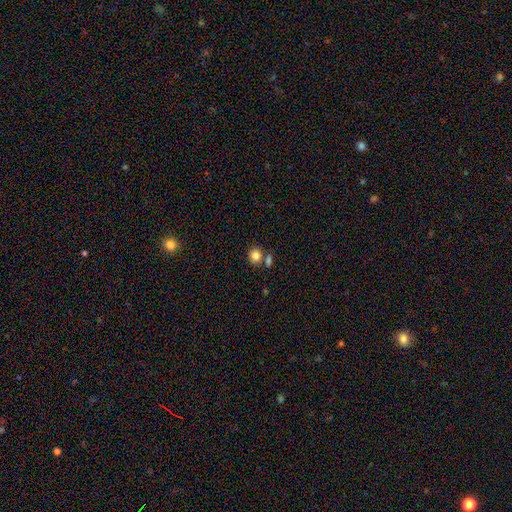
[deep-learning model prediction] A smooth galaxy with no disk features (85%) that is round (78%).

Vote fractions:
- Smooth or featured? smooth: 85% / star or artifact: 10% / featured or disk: 5%
- How rounded? round: 78% / in between: 21% / cigar-shaped: 1%
- Merging? none: 65% / merger: 23% / minor disturbance: 9% / major disturbance: 3%